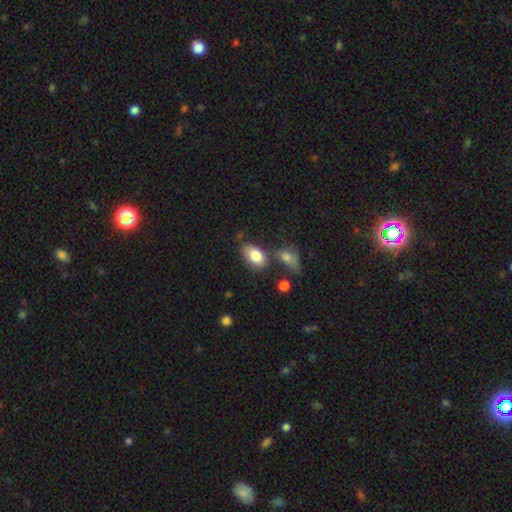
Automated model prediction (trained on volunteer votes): smooth_or_featured: smooth (p=0.83) [alt: featured or disk p=0.11]
how_rounded: in between (p=0.92) [alt: round p=0.06]
merging: none (p=0.61) [alt: merger p=0.17]